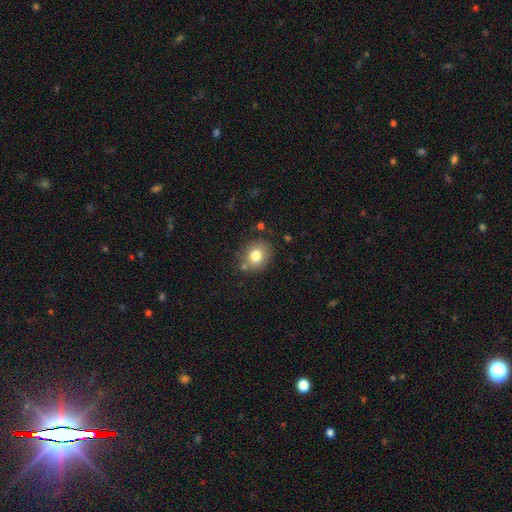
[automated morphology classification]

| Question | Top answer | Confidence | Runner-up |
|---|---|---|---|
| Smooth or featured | smooth | 77% | featured or disk (12%) |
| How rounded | round | 66% | in between (33%) |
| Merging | none | 75% | minor disturbance (14%) |